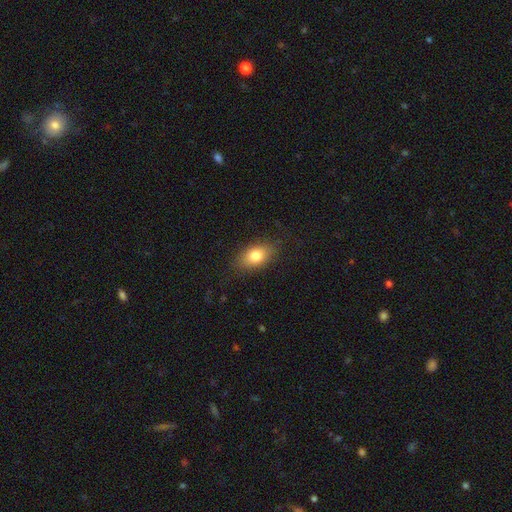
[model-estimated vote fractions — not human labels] A smooth galaxy with no disk features (79%) that is in between round and cigar-shaped (85%).

Vote fractions:
- Smooth or featured? smooth: 79% / featured or disk: 12% / star or artifact: 8%
- How rounded? in between: 85% / round: 11% / cigar-shaped: 3%
- Merging? none: 83% / minor disturbance: 13% / major disturbance: 4% / merger: 1%